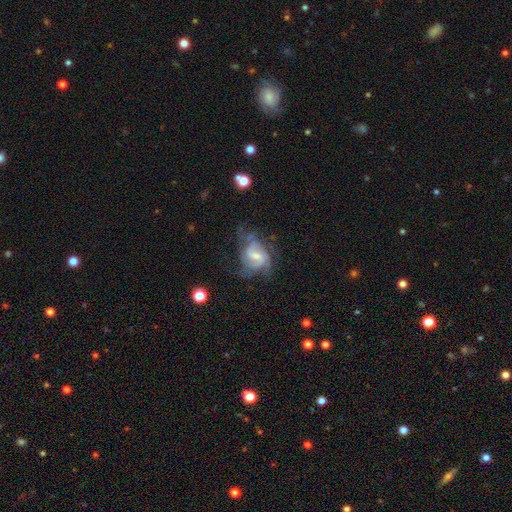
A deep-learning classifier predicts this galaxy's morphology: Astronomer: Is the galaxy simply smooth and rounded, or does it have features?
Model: featured or disk — 77%.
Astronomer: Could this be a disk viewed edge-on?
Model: no — 97%.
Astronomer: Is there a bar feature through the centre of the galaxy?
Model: weak — 57%.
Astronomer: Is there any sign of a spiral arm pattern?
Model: yes — 88%.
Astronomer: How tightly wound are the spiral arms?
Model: medium — 47% (runner-up: tight, 30%).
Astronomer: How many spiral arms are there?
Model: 2 — 38% (runner-up: can't tell, 28%).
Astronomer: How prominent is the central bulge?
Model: small — 43% (runner-up: moderate, 40%).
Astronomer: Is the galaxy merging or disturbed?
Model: none — 44% (runner-up: major disturbance, 29%).